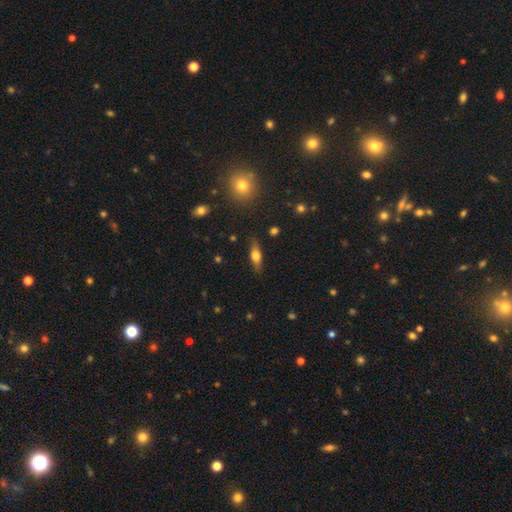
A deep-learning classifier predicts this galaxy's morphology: smooth 53%, featured or disk 40%, star or artifact 8%. Down the decision tree: how rounded — in between (53%); merging — none (84%).